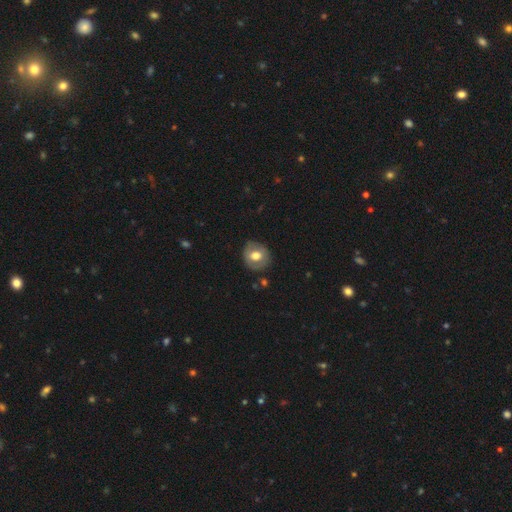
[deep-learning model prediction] Smooth or featured?
  - smooth: 59% *
  - featured or disk: 34%
  - star or artifact: 7%
How rounded?
  - round: 78% *
  - in between: 21%
  - cigar-shaped: 1%
Merging?
  - none: 80% *
  - minor disturbance: 14%
  - major disturbance: 4%
  - merger: 2%